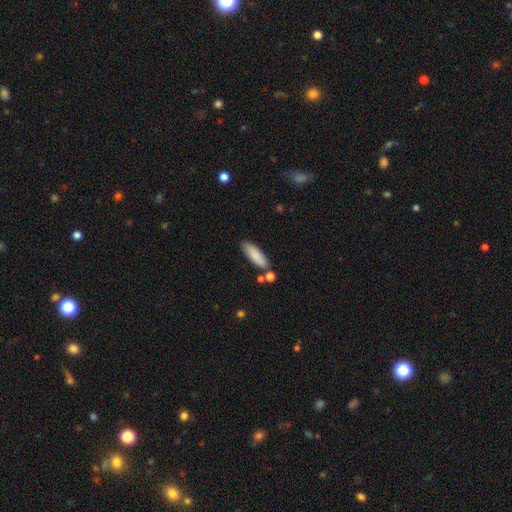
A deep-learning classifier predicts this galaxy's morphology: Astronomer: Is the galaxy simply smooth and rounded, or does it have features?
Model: smooth — 82%.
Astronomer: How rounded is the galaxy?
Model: in between — 51% (runner-up: cigar-shaped, 47%).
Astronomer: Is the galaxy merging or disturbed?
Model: none — 74%.